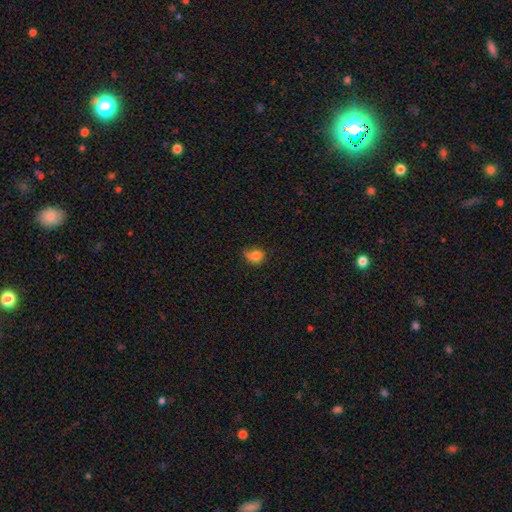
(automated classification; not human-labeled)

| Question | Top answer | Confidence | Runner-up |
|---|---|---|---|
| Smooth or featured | smooth | 81% | star or artifact (11%) |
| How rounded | round | 69% | in between (30%) |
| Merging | none | 53% | minor disturbance (35%) |